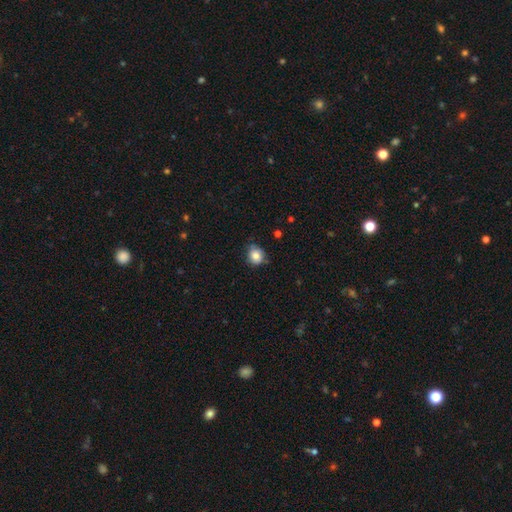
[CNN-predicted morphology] Smooth or featured: smooth — 81% (star or artifact — 10%)
How rounded: round — 76% (in between — 23%)
Merging: none — 68% (minor disturbance — 25%)